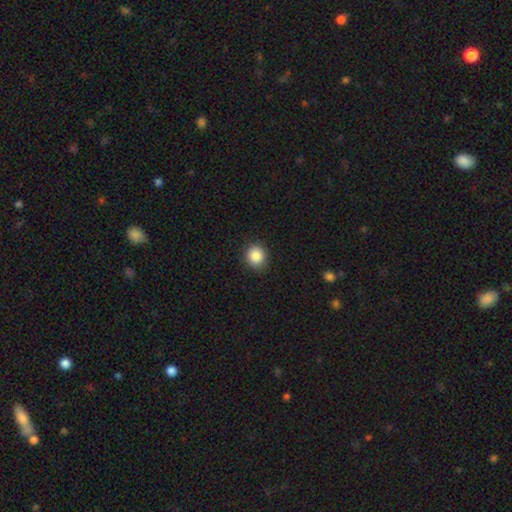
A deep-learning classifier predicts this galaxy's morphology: smooth 87%, star or artifact 9%, featured or disk 4%. Down the decision tree: how rounded — round (86%); merging — none (90%).